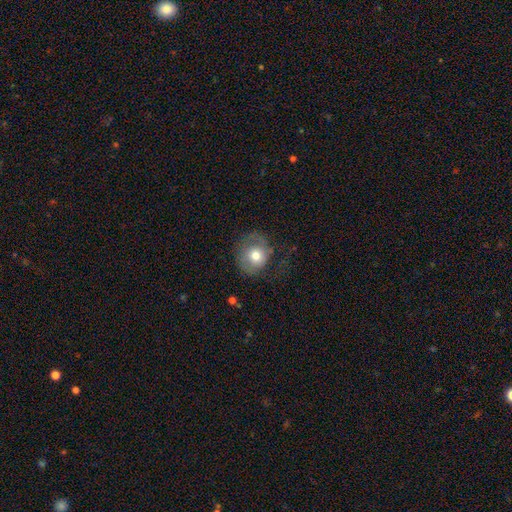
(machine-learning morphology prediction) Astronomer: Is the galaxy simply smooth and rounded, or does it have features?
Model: smooth — 63%.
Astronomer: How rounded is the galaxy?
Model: round — 79%.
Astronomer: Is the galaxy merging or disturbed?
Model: none — 48% (runner-up: major disturbance, 26%).